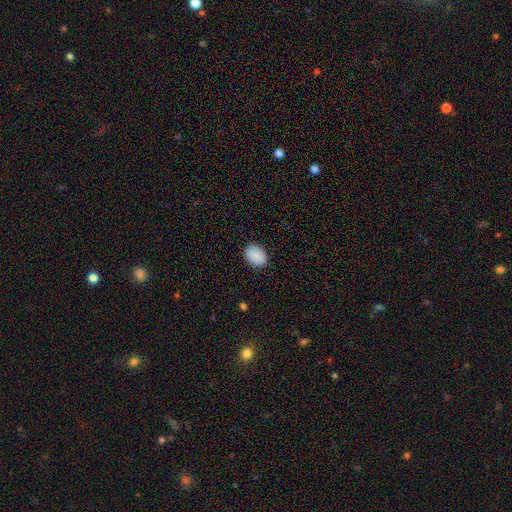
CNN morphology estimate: Overall: smooth (90%). How rounded: in between (77%). Merging: none (87%).